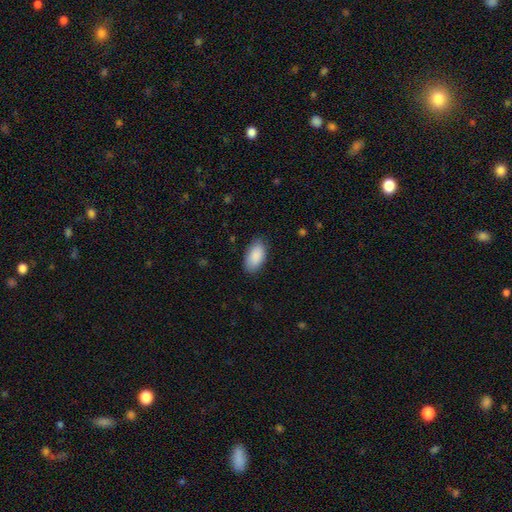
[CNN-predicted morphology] Smooth or featured: smooth — 90% (star or artifact — 6%)
How rounded: in between — 95% (round — 3%)
Merging: none — 84% (minor disturbance — 13%)